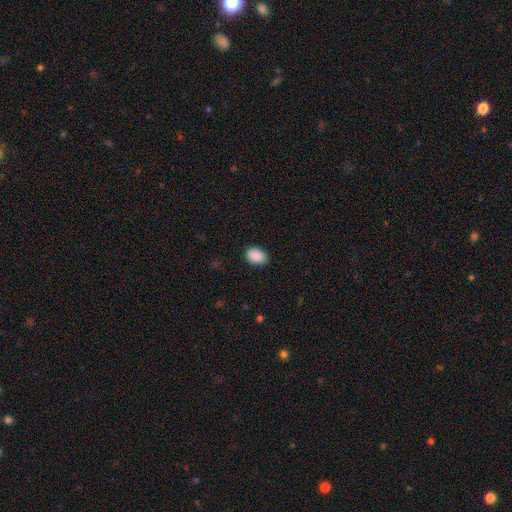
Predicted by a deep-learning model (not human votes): Smooth or featured?
  - smooth: 91% *
  - star or artifact: 7%
  - featured or disk: 2%
How rounded?
  - in between: 82% *
  - round: 17%
  - cigar-shaped: 1%
Merging?
  - none: 88% *
  - minor disturbance: 9%
  - major disturbance: 2%
  - merger: 1%